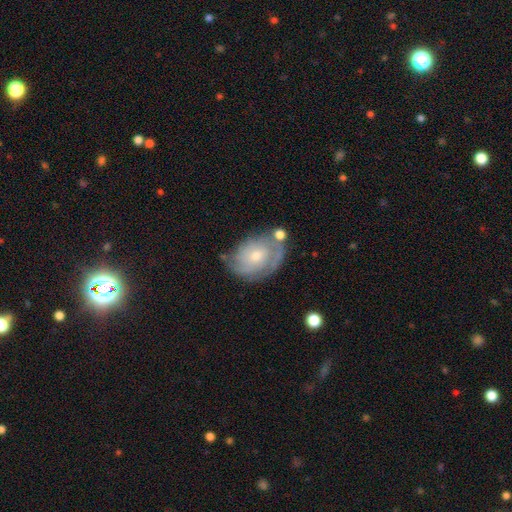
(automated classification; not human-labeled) Q: Smooth or featured?
A: featured or disk (67%); runner-up: smooth (26%)
Q: Edge-on disk?
A: no (96%); runner-up: yes (4%)
Q: Bar?
A: no (79%); runner-up: weak (19%)
Q: Spiral arms?
A: yes (80%); runner-up: no (20%)
Q: Spiral winding?
A: tight (61%); runner-up: medium (28%)
Q: Spiral arm count?
A: can't tell (45%); runner-up: 2 (30%)
Q: Bulge size?
A: small (56%); runner-up: moderate (40%)
Q: Merging?
A: none (57%); runner-up: minor disturbance (25%)